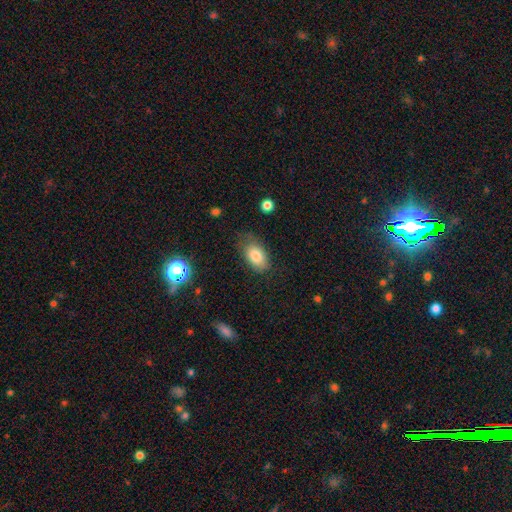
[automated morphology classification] Smooth or featured?
  - smooth: 82% *
  - featured or disk: 10%
  - star or artifact: 8%
How rounded?
  - in between: 91% *
  - round: 8%
  - cigar-shaped: 2%
Merging?
  - none: 66% *
  - minor disturbance: 24%
  - major disturbance: 8%
  - merger: 2%